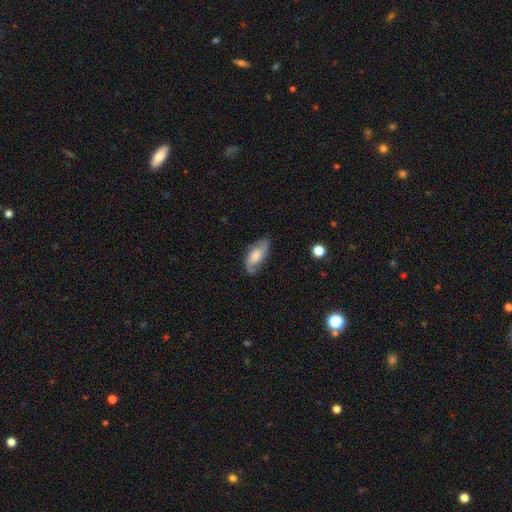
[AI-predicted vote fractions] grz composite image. It shows a featured or disk galaxy (47%). Merging: none (69%).